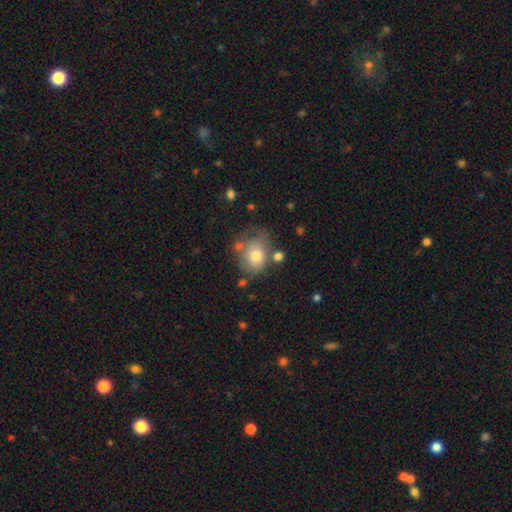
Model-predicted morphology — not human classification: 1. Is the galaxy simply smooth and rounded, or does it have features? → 70% smooth, 22% featured or disk, 8% star or artifact.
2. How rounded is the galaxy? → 51% in between, 48% round, 1% cigar-shaped.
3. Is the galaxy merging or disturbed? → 43% none, 28% minor disturbance, 17% major disturbance, 13% merger.